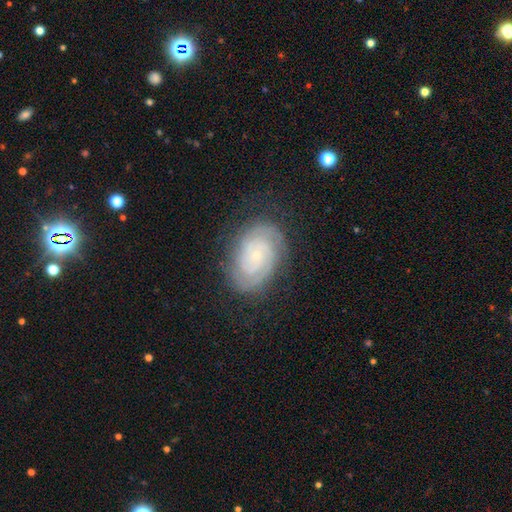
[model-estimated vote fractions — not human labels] Q: Smooth or featured?
A: featured or disk (84%); runner-up: smooth (9%)
Q: Edge-on disk?
A: no (97%); runner-up: yes (3%)
Q: Bar?
A: no (73%); runner-up: weak (22%)
Q: Spiral arms?
A: yes (97%); runner-up: no (3%)
Q: Spiral winding?
A: tight (78%); runner-up: medium (18%)
Q: Spiral arm count?
A: 2 (47%); runner-up: can't tell (21%)
Q: Bulge size?
A: small (82%); runner-up: moderate (12%)
Q: Merging?
A: none (79%); runner-up: minor disturbance (14%)